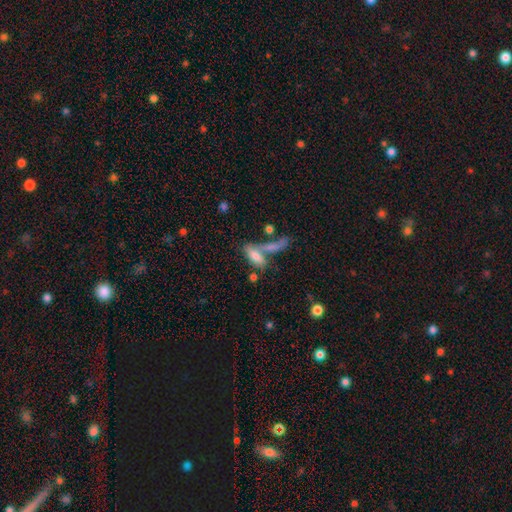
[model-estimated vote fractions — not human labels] A smooth galaxy with no disk features (71%) that is in between round and cigar-shaped (64%).

Vote fractions:
- Smooth or featured? smooth: 71% / featured or disk: 20% / star or artifact: 9%
- How rounded? in between: 64% / cigar-shaped: 33% / round: 3%
- Merging? merger: 43% / none: 37% / minor disturbance: 12% / major disturbance: 8%